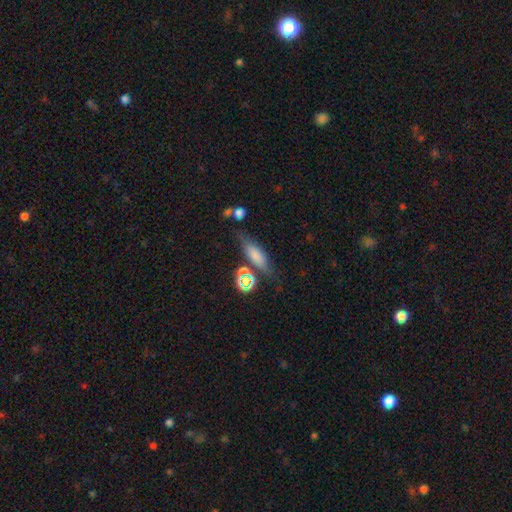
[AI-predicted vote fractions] Smooth or featured? smooth (67%)
How rounded? cigar-shaped (49%)
Merging? none (64%)